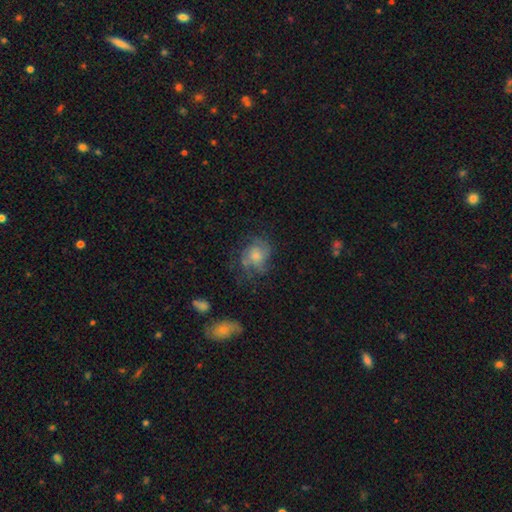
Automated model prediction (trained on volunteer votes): Smooth or featured? Predicted: featured or disk (p=0.56). Edge-on disk? Predicted: no (p=0.97). Bar? Predicted: no (p=0.78). Spiral arms? Predicted: yes (p=0.80). Bulge size? Predicted: moderate (p=0.45). Merging? Predicted: none (p=0.55).